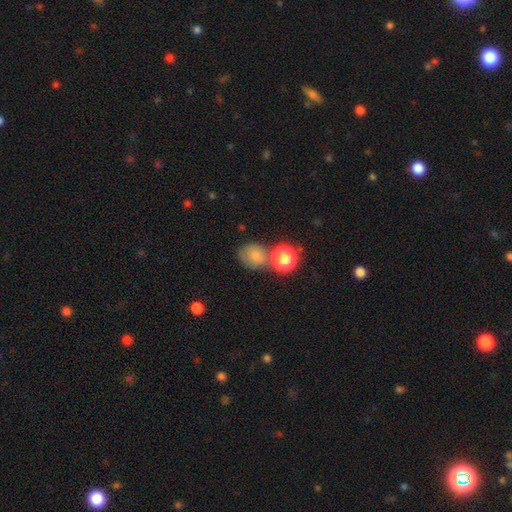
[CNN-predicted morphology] A smooth galaxy with no disk features (76%) that is round (66%).

Vote fractions:
- Smooth or featured? smooth: 76% / star or artifact: 14% / featured or disk: 10%
- How rounded? round: 66% / in between: 33% / cigar-shaped: 1%
- Merging? none: 52% / merger: 25% / minor disturbance: 16% / major disturbance: 7%